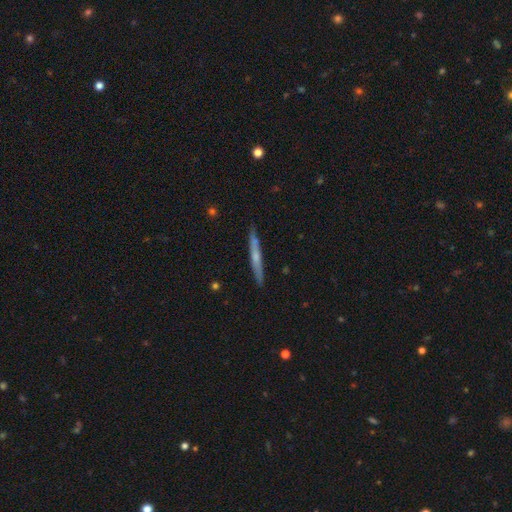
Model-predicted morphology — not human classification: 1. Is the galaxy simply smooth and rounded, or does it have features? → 53% featured or disk, 41% smooth, 6% star or artifact.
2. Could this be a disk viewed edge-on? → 96% yes, 4% no.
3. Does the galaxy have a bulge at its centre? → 52% none, 42% rounded, 6% boxy.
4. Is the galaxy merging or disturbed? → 89% none, 9% minor disturbance, 1% major disturbance, 1% merger.